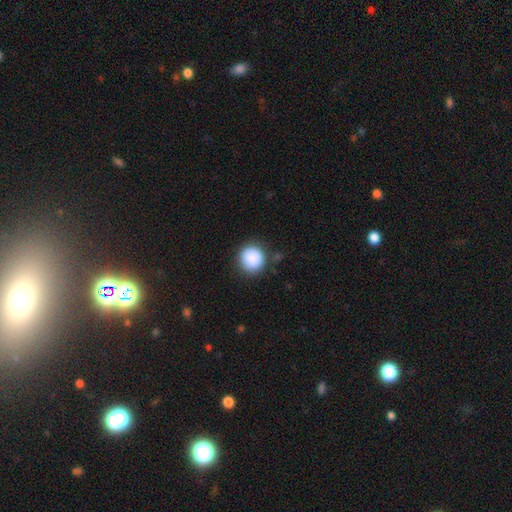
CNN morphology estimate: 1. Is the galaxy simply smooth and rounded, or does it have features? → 88% smooth, 8% star or artifact, 4% featured or disk.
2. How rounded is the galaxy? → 91% round, 8% in between, 1% cigar-shaped.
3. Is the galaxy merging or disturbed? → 84% none, 10% minor disturbance, 3% major disturbance, 2% merger.